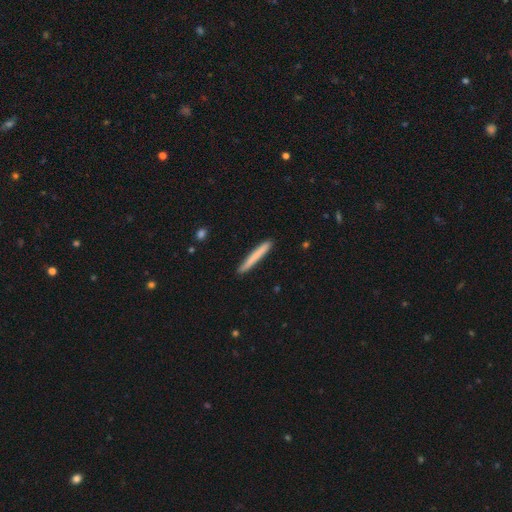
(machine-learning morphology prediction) This appears to be a smooth galaxy with no disk features (74%) that is cigar-shaped (97%). Merging: none (91%).